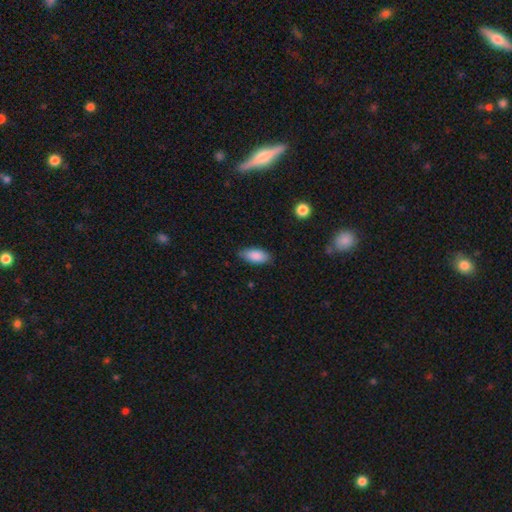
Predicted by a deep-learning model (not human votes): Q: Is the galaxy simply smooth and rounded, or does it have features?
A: smooth — 87%.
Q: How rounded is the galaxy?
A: in between — 89%.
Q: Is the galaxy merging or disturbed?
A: none — 81%.